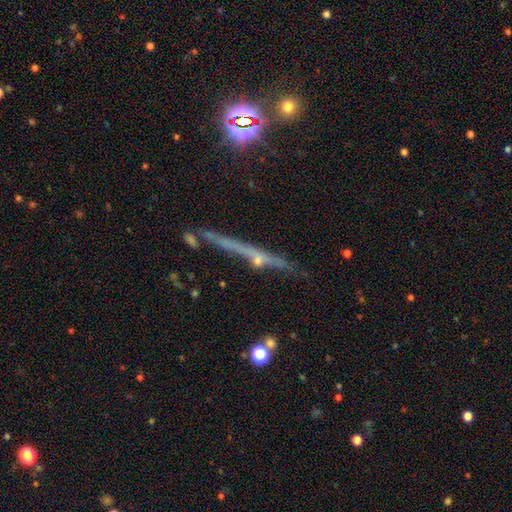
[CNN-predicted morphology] Smooth or featured?
  - featured or disk: 63% *
  - smooth: 19%
  - star or artifact: 18%
Edge-on disk?
  - yes: 93% *
  - no: 7%
Edge-on bulge?
  - rounded: 48% *
  - none: 46%
  - boxy: 7%
Merging?
  - none: 69% *
  - minor disturbance: 17%
  - merger: 8%
  - major disturbance: 6%